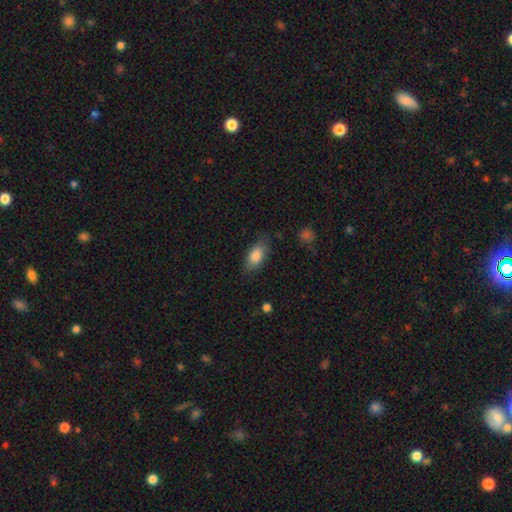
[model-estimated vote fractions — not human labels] The model was most divided on "merging": none: 75%, minor disturbance: 19%, major disturbance: 5%, merger: 2%. More confident: how rounded — in between (87%); smooth or featured — smooth (82%).